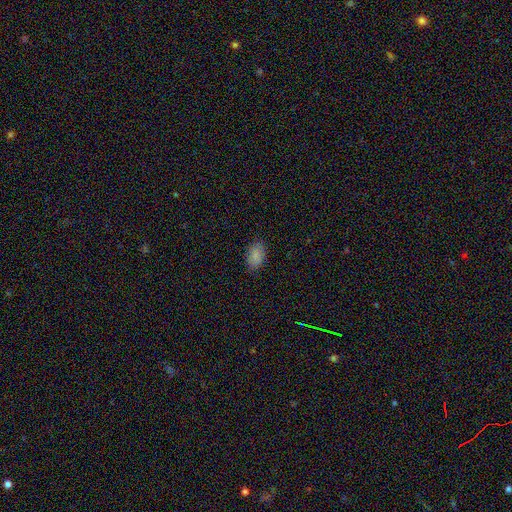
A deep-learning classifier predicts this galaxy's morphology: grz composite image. It shows a smooth galaxy with no disk features (85%) that is in between round and cigar-shaped (93%). Merging: none (85%).